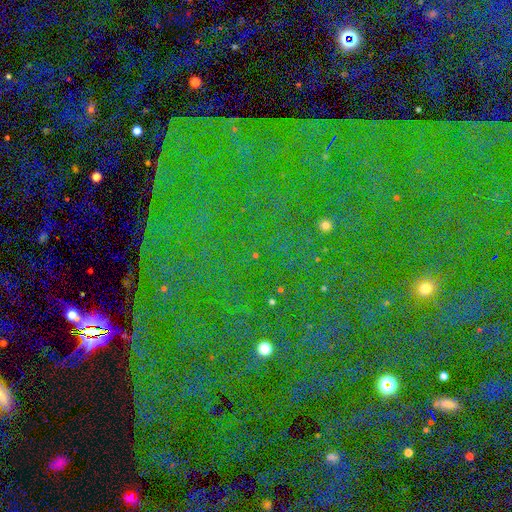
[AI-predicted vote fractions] Smooth or featured? Predicted: star or artifact (p=0.81).